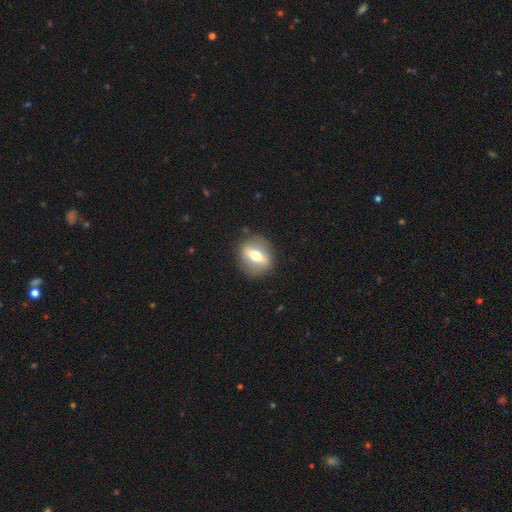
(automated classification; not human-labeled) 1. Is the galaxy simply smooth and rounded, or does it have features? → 51% featured or disk, 42% smooth, 8% star or artifact.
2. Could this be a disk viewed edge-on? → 59% no, 41% yes.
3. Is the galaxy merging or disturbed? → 86% none, 9% minor disturbance, 4% major disturbance, 1% merger.